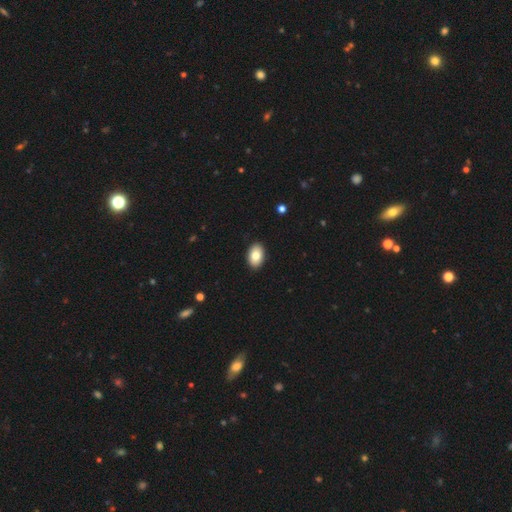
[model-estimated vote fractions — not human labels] Overall: smooth (82%). How rounded: in between (89%). Merging: none (91%).